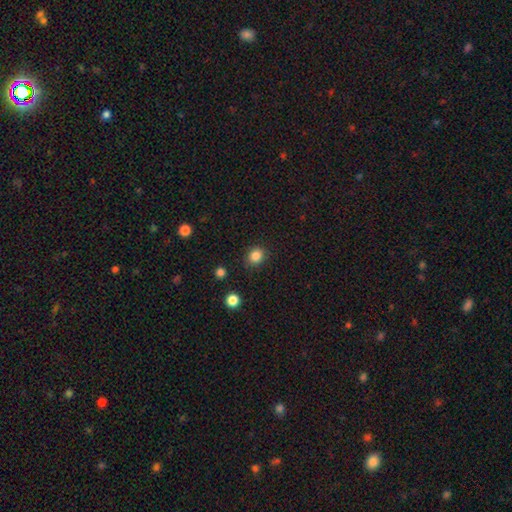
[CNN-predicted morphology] The model was most divided on "how rounded": round: 69%, in between: 30%, cigar-shaped: 1%. More confident: merging — none (86%); smooth or featured — smooth (84%).